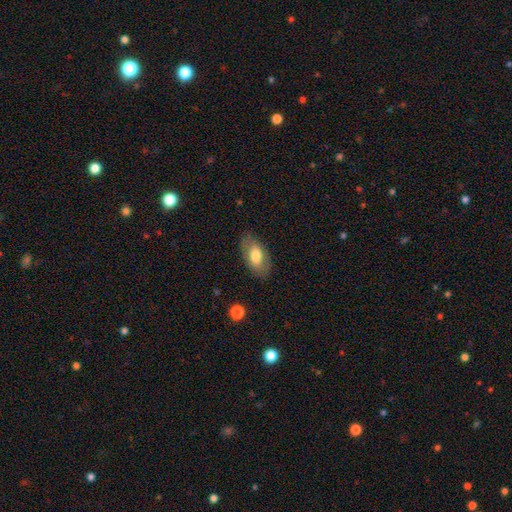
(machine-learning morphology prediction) Overall: smooth (71%). How rounded: in between (93%). Merging: none (81%).